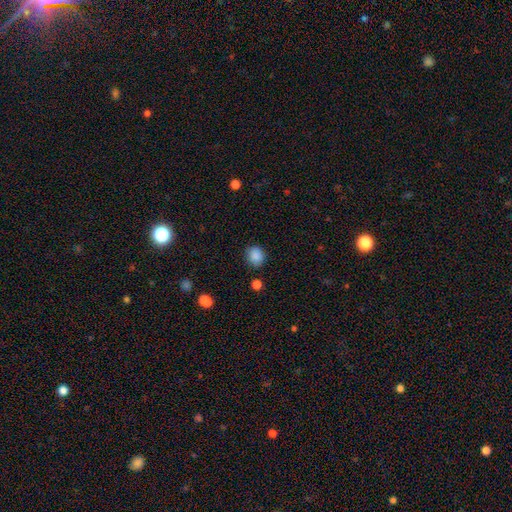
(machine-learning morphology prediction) Q: Smooth or featured?
A: smooth (87%); runner-up: star or artifact (10%)
Q: How rounded?
A: round (77%); runner-up: in between (22%)
Q: Merging?
A: none (81%); runner-up: minor disturbance (13%)